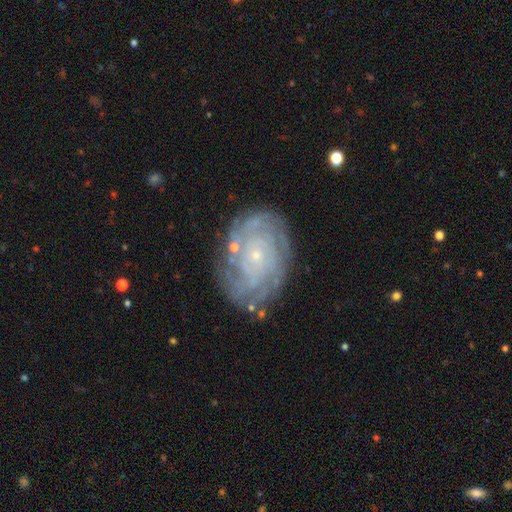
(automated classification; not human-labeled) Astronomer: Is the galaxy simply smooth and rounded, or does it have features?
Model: featured or disk — 83%.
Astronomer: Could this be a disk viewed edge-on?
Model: no — 96%.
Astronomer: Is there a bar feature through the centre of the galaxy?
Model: no — 83%.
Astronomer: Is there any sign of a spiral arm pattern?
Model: yes — 93%.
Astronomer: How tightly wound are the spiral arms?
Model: tight — 79%.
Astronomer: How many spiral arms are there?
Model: can't tell — 38% (runner-up: 4, 19%).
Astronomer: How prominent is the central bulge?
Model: small — 86%.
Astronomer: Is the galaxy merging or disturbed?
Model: none — 78%.